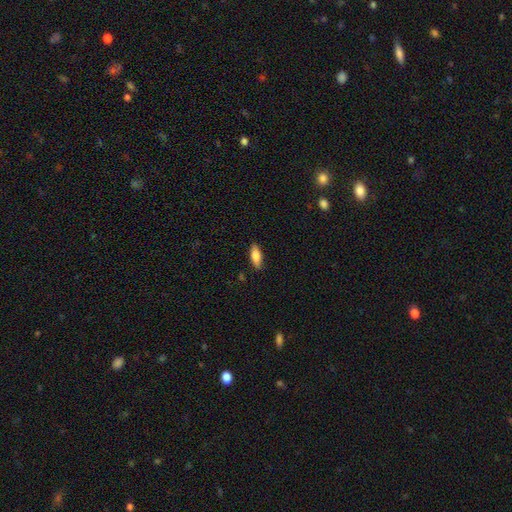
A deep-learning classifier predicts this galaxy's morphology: This is clearly a smooth galaxy (81%). How rounded: likely in between (72%). Merging: clearly none (86%).